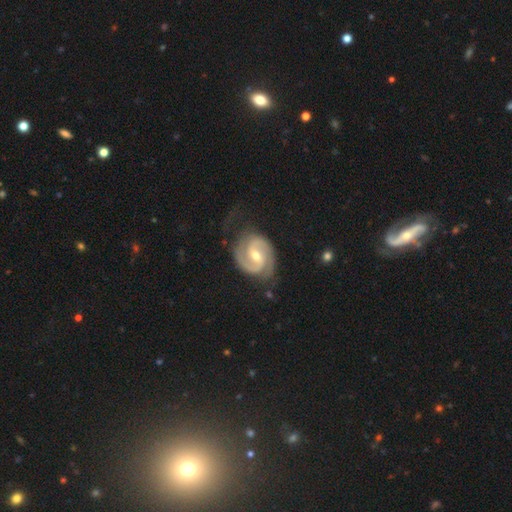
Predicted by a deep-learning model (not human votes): A featured or disk galaxy (90%) with a weak bar (52%), 2 (92%) medium (51%) spiral arms (98%) and a moderate central bulge (59%).

Vote fractions:
- Smooth or featured? featured or disk: 90% / smooth: 6% / star or artifact: 4%
- Edge-on disk? no: 98% / yes: 2%
- Bar? weak: 52% / strong: 25% / no: 24%
- Spiral arms? yes: 98% / no: 2%
- Spiral winding? medium: 51% / tight: 37% / loose: 12%
- Spiral arm count? 2: 92% / can't tell: 3% / 3: 2% / 1: 2% / 4: 1% / more than 4: 1%
- Bulge size? moderate: 59% / small: 37% / large: 2% / none: 1% / dominant: 1%
- Merging? none: 70% / minor disturbance: 20% / major disturbance: 9% / merger: 1%